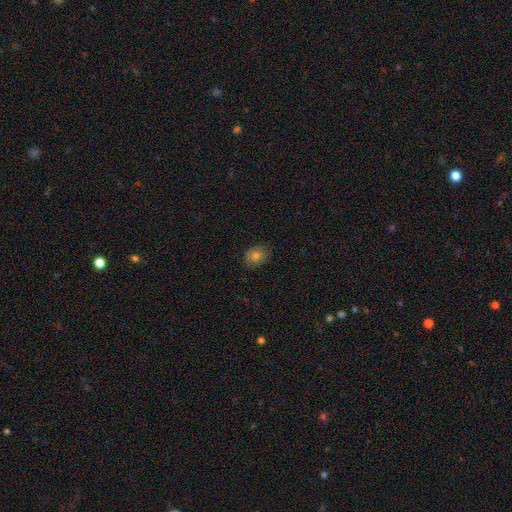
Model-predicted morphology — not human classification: Smooth or featured: smooth — 76% (featured or disk — 13%)
How rounded: round — 50% (in between — 49%)
Merging: none — 84% (minor disturbance — 13%)